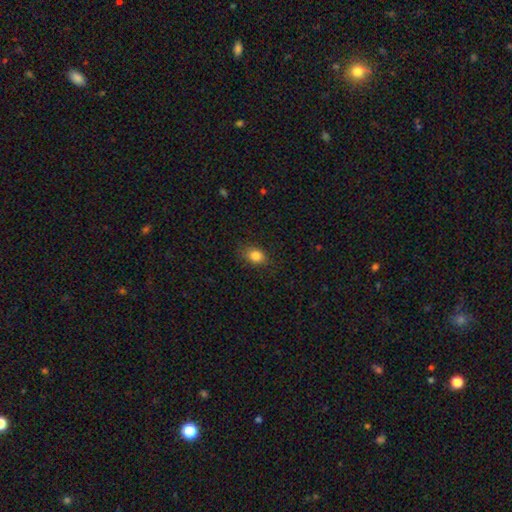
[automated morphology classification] The model was most divided on "how rounded": in between: 64%, round: 34%, cigar-shaped: 2%. More confident: smooth or featured — smooth (84%); merging — none (81%).